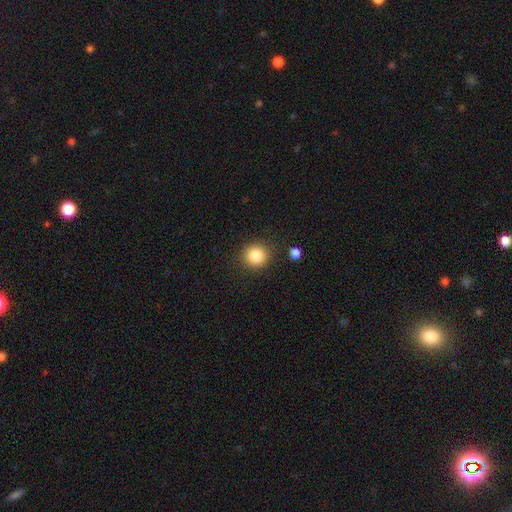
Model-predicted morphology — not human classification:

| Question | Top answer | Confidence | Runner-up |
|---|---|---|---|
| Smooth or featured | smooth | 85% | star or artifact (10%) |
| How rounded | round | 91% | in between (8%) |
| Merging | none | 87% | minor disturbance (8%) |